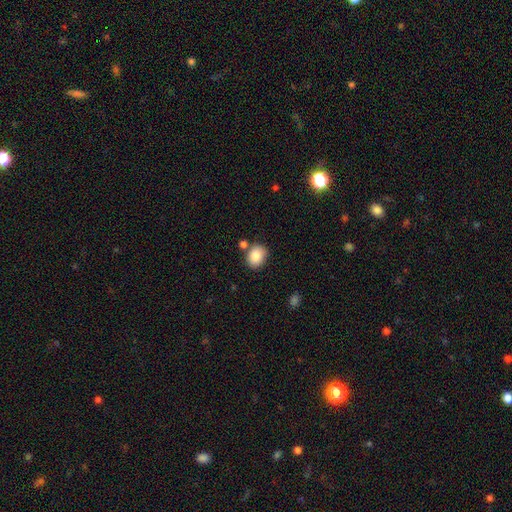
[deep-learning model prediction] Q: Smooth or featured?
A: smooth (87%); runner-up: star or artifact (8%)
Q: How rounded?
A: in between (52%); runner-up: round (47%)
Q: Merging?
A: none (73%); runner-up: minor disturbance (13%)